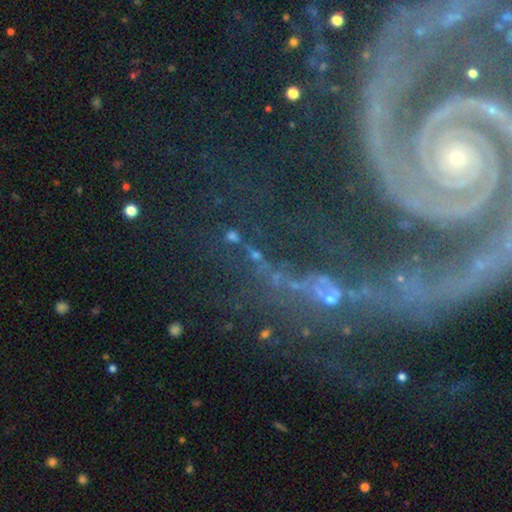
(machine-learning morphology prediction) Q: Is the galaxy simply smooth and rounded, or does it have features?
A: star or artifact — 59%.